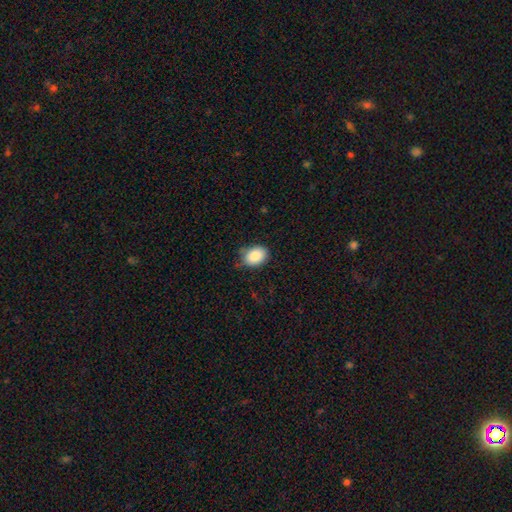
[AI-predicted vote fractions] This appears to be a smooth galaxy with no disk features (87%) that is in between round and cigar-shaped (68%). Merging: none (72%).